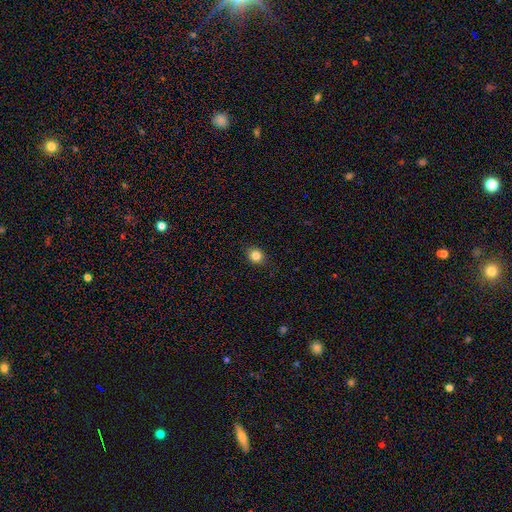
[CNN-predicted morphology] This appears to be a smooth galaxy with no disk features (83%) that is round (73%). Merging: none (89%).